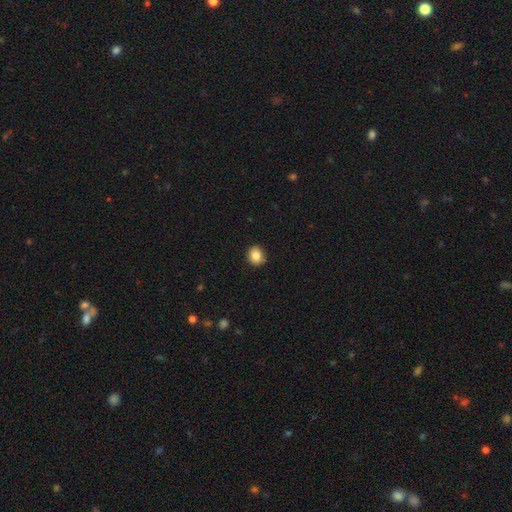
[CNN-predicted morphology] smooth-or-featured: smooth: 84% | star or artifact: 10% | featured or disk: 7%
  how-rounded: round: 72% | in between: 27% | cigar-shaped: 1%
  merging: none: 88% | minor disturbance: 9% | major disturbance: 2% | merger: 1%